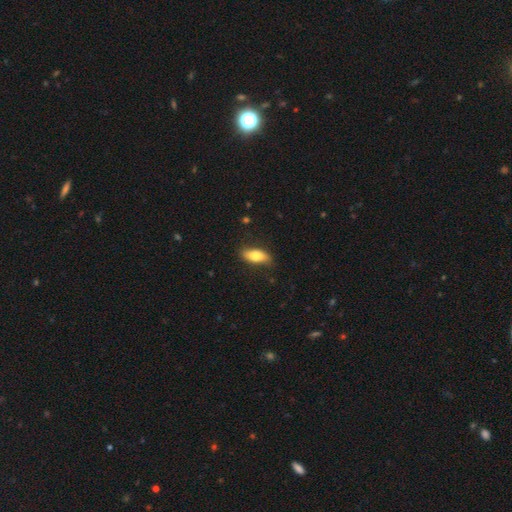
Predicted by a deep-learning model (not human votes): A smooth galaxy with no disk features (75%) that is in between round and cigar-shaped (76%). Merging: none (81%).